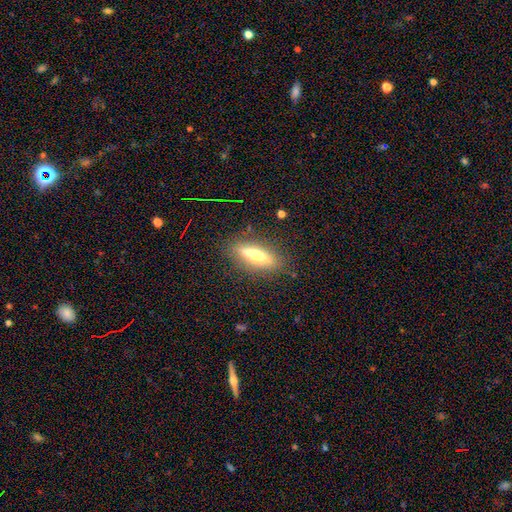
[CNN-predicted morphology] Smooth or featured? featured or disk (47%)
Merging? none (85%)